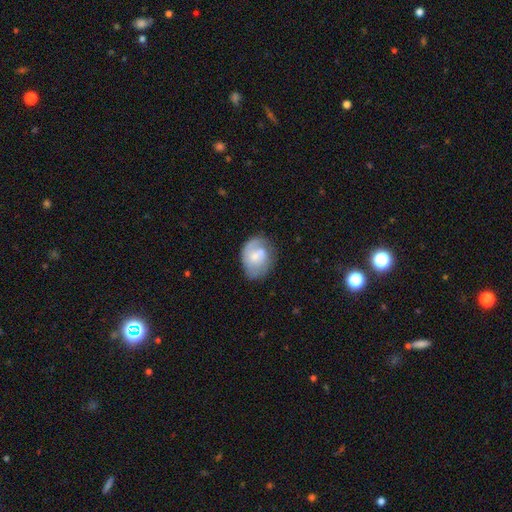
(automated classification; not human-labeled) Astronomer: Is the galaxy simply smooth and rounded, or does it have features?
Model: featured or disk — 48% (runner-up: smooth, 46%).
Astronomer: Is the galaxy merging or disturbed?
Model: none — 50% (runner-up: minor disturbance, 26%).